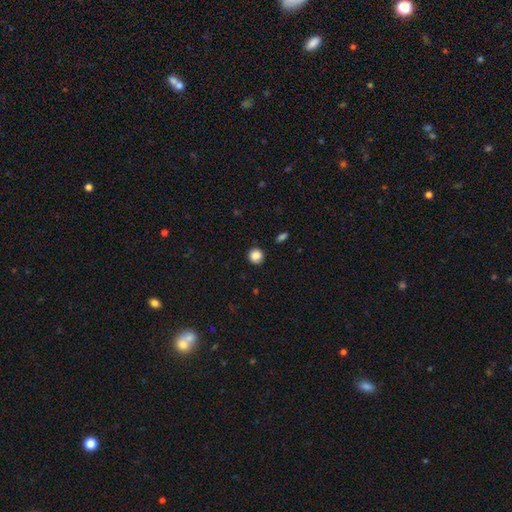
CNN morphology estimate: Overall: smooth (87%). How rounded: round (93%). Merging: none (90%).